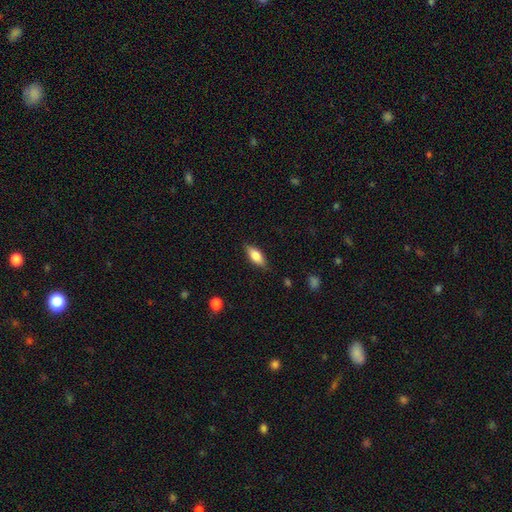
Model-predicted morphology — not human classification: smooth_or_featured: smooth (p=0.73) [alt: featured or disk p=0.20]
how_rounded: in between (p=0.76) [alt: cigar-shaped p=0.21]
merging: none (p=0.82) [alt: minor disturbance p=0.14]